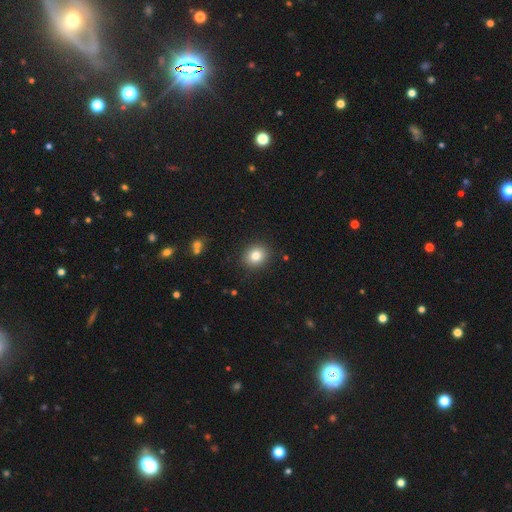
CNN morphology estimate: smooth 82%, star or artifact 11%, featured or disk 8%. Down the decision tree: how rounded — round (72%); merging — none (90%).